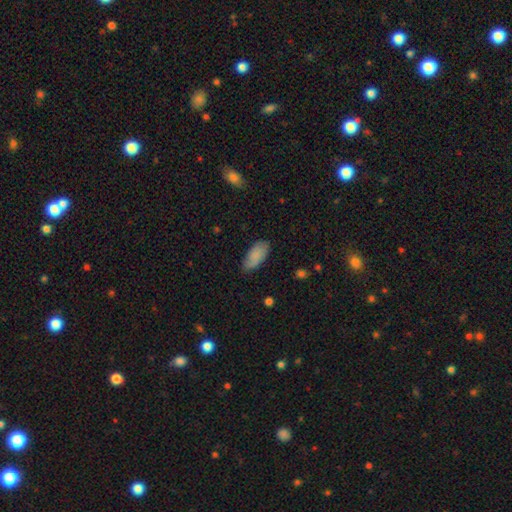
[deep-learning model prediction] A smooth galaxy with no disk features (81%) that is in between round and cigar-shaped (92%). Merging: none (75%).